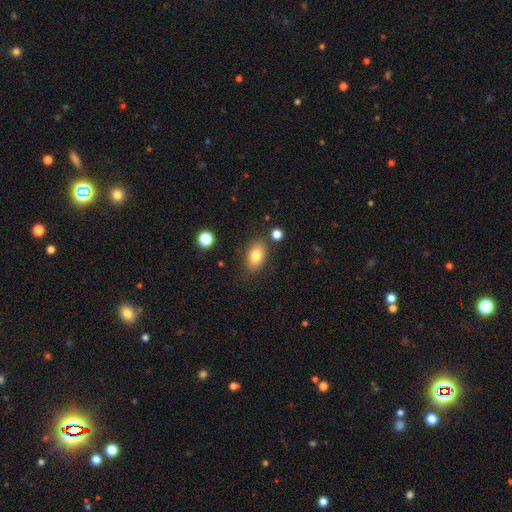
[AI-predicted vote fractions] smooth-or-featured: smooth: 81% | featured or disk: 11% | star or artifact: 8%
  how-rounded: in between: 88% | round: 9% | cigar-shaped: 2%
  merging: none: 81% | minor disturbance: 12% | merger: 4% | major disturbance: 3%